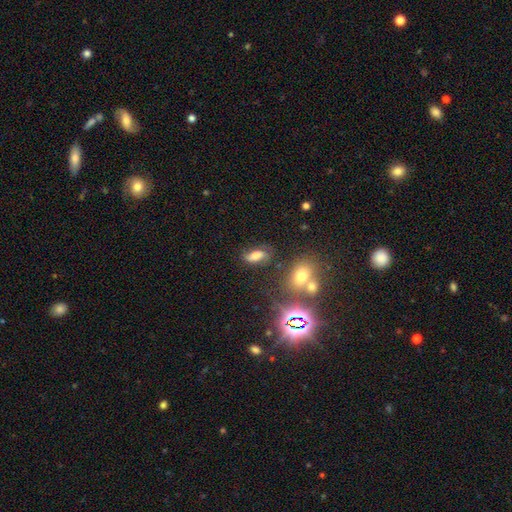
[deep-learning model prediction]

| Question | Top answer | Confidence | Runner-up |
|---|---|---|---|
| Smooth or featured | smooth | 57% | featured or disk (25%) |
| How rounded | in between | 82% | cigar-shaped (10%) |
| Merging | none | 61% | minor disturbance (22%) |